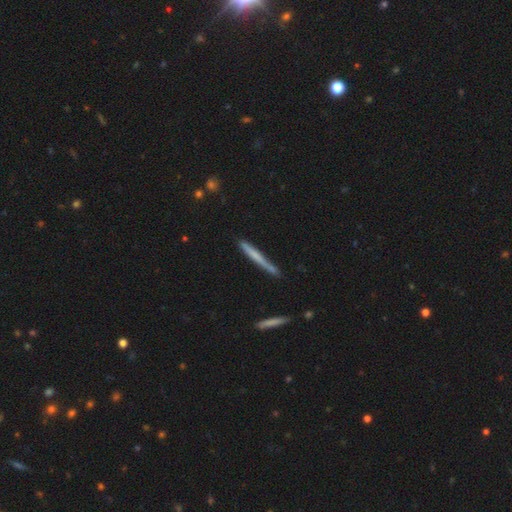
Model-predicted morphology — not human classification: smooth_or_featured: smooth (p=0.55) [alt: featured or disk p=0.38]
how_rounded: cigar-shaped (p=0.96) [alt: in between p=0.02]
merging: none (p=0.73) [alt: minor disturbance p=0.19]